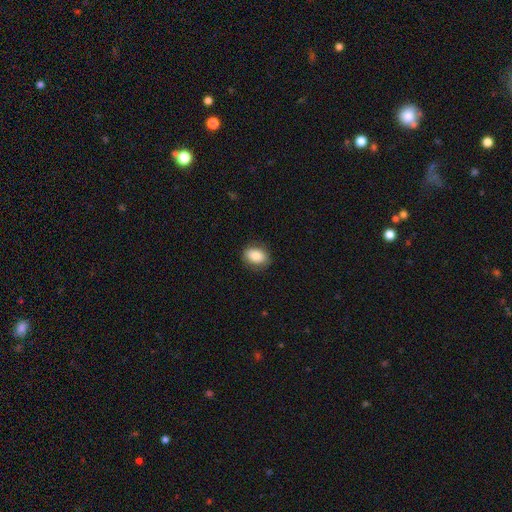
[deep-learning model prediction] Morphology: type=smooth (83%); roundness=in between (73%); merging=none (83%).